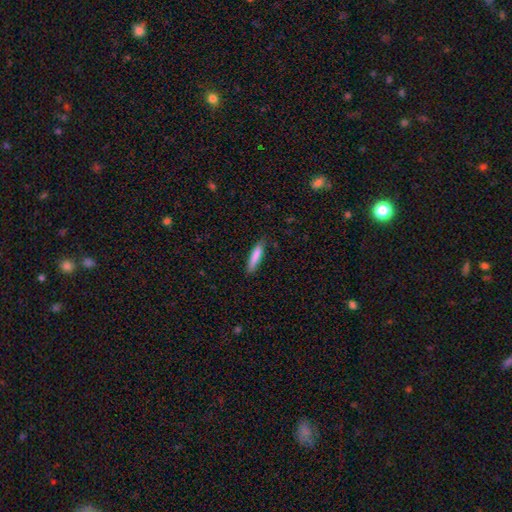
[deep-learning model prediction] Q: Smooth or featured?
A: smooth (82%); runner-up: featured or disk (12%)
Q: How rounded?
A: cigar-shaped (84%); runner-up: in between (15%)
Q: Merging?
A: none (83%); runner-up: minor disturbance (13%)